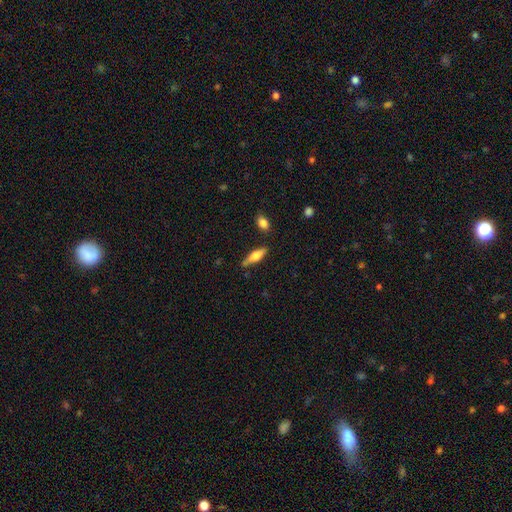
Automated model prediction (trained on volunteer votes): Q: Smooth or featured?
A: smooth (52%); runner-up: featured or disk (42%)
Q: How rounded?
A: cigar-shaped (54%); runner-up: in between (43%)
Q: Merging?
A: none (76%); runner-up: minor disturbance (15%)